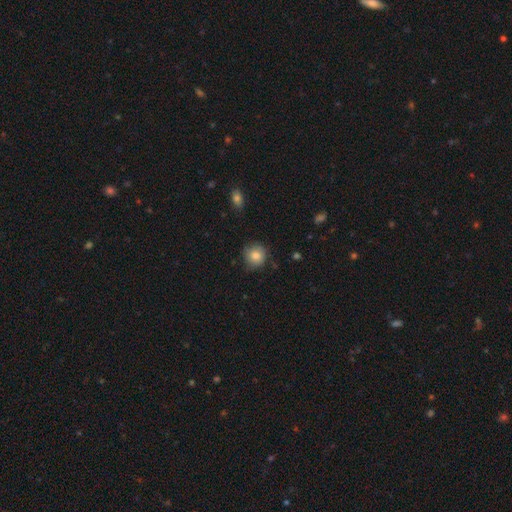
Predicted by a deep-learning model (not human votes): Morphology: type=smooth (82%); roundness=round (88%); merging=none (77%).